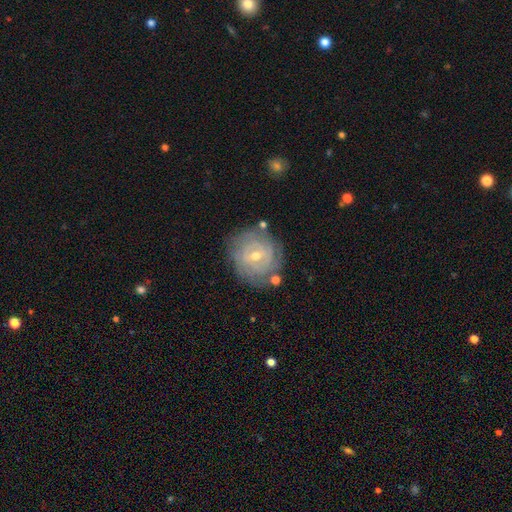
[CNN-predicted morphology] featured or disk 77%, smooth 15%, star or artifact 8%. Down the decision tree: edge-on disk — no (97%); bar — weak (49%); spiral arms — yes (89%); spiral arm count — can't tell (47%); spiral winding — tight (78%); bulge size — small (55%); merging — none (77%).